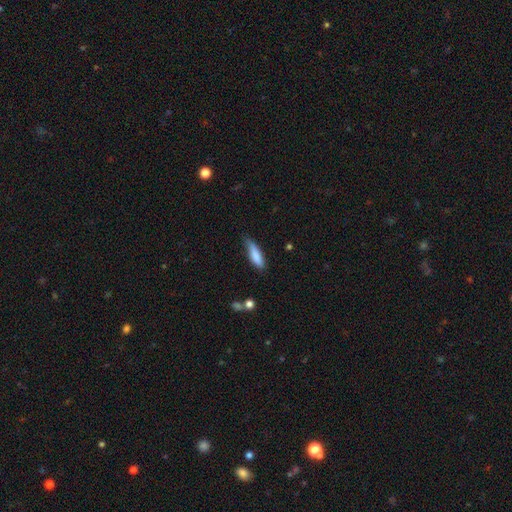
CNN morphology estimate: Q: Smooth or featured?
A: smooth (83%); runner-up: featured or disk (11%)
Q: How rounded?
A: cigar-shaped (58%); runner-up: in between (40%)
Q: Merging?
A: none (58%); runner-up: minor disturbance (33%)